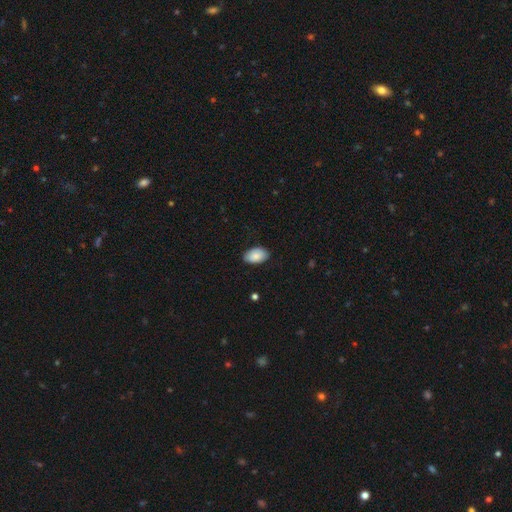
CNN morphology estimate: The model was most divided on "merging": none: 82%, minor disturbance: 15%, major disturbance: 2%, merger: 1%. More confident: how rounded — in between (93%); smooth or featured — smooth (85%).